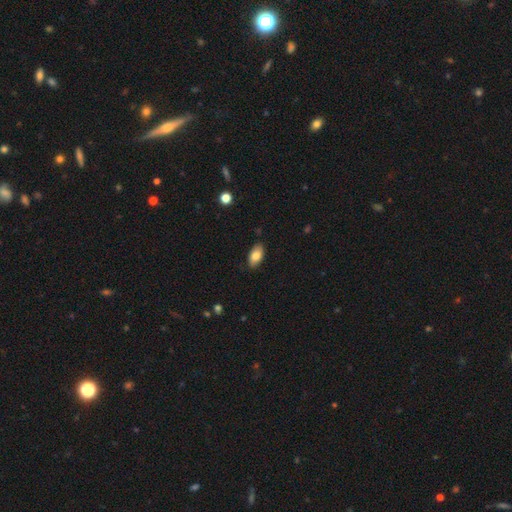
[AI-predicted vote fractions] This appears to be a smooth galaxy with no disk features (83%) that is in between round and cigar-shaped (93%). Merging: none (84%).